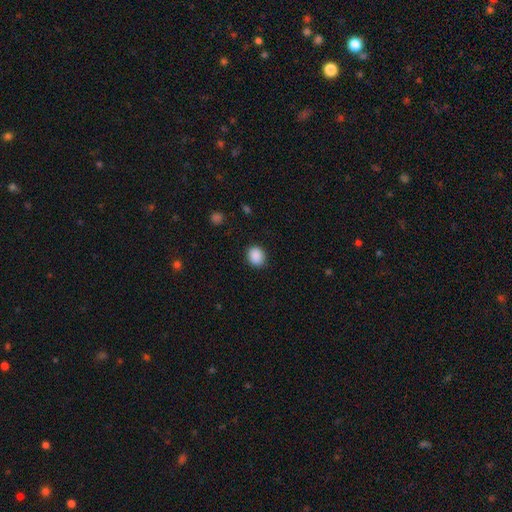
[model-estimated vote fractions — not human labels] Morphology: type=smooth (89%); roundness=round (67%); merging=none (87%).